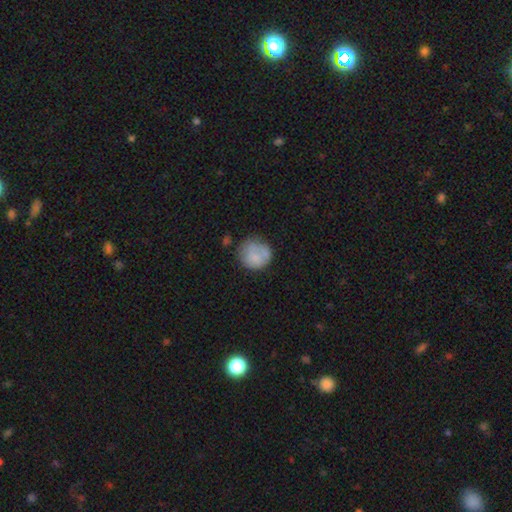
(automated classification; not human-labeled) Morphology: type=smooth (71%); roundness=round (86%); merging=none (58%).